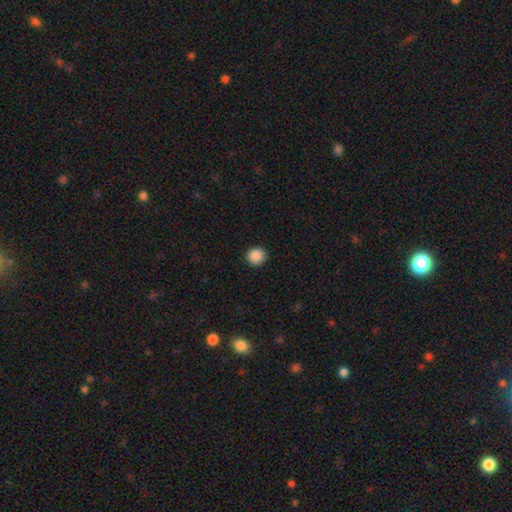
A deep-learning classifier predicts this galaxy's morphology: The model was most divided on "how rounded": round: 87%, in between: 12%, cigar-shaped: 1%. More confident: merging — none (91%); smooth or featured — smooth (88%).